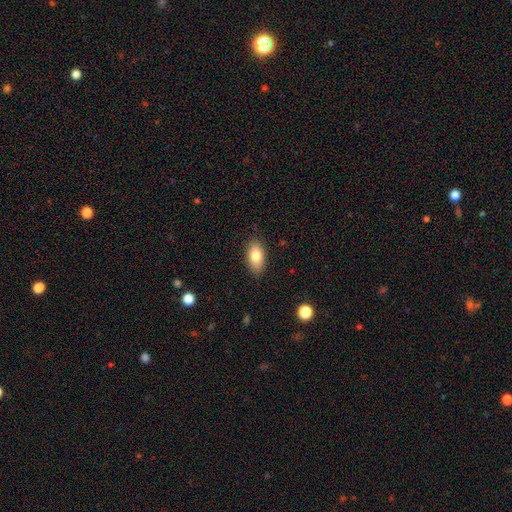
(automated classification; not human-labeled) Q: Smooth or featured?
A: smooth (81%); runner-up: featured or disk (12%)
Q: How rounded?
A: in between (92%); runner-up: round (5%)
Q: Merging?
A: none (86%); runner-up: minor disturbance (11%)